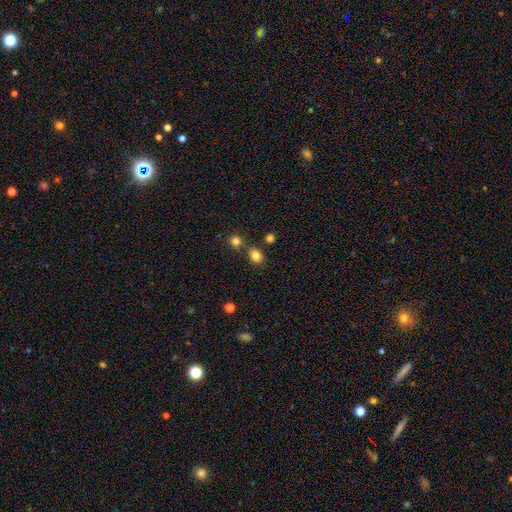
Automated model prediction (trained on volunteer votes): A smooth galaxy with no disk features (81%) that is in between round and cigar-shaped (52%).

Vote fractions:
- Smooth or featured? smooth: 81% / star or artifact: 12% / featured or disk: 6%
- How rounded? in between: 52% / round: 47% / cigar-shaped: 1%
- Merging? none: 71% / merger: 15% / minor disturbance: 11% / major disturbance: 3%